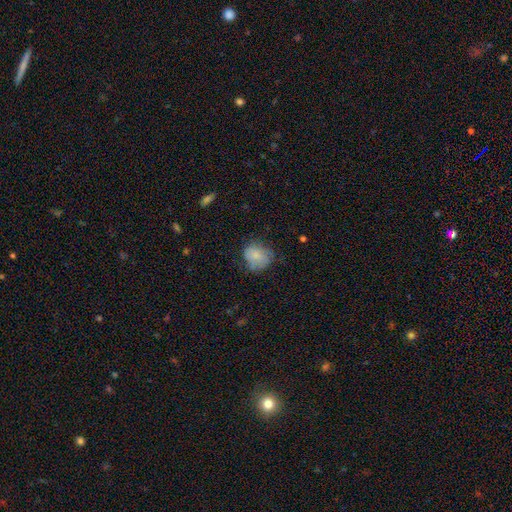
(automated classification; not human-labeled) A smooth galaxy with no disk features (73%) that is round (66%). Merging: none (52%).